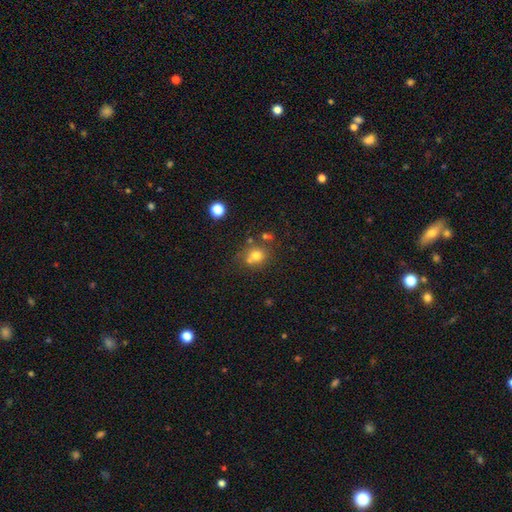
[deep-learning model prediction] A smooth galaxy with no disk features (73%) that is round (79%). Merging: none (56%).